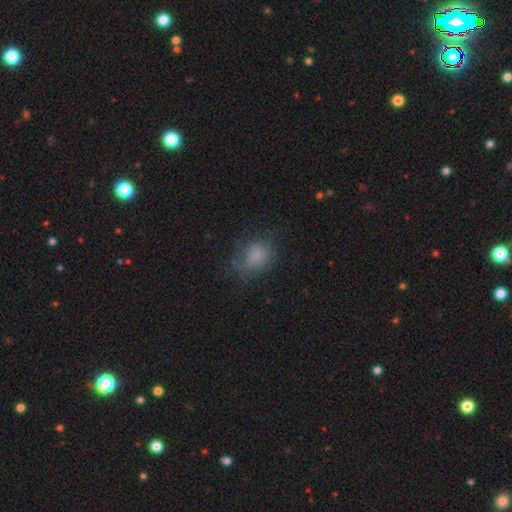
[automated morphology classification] Smooth or featured? Predicted: smooth (p=0.71). How rounded? Predicted: in between (p=0.61). Merging? Predicted: none (p=0.51).